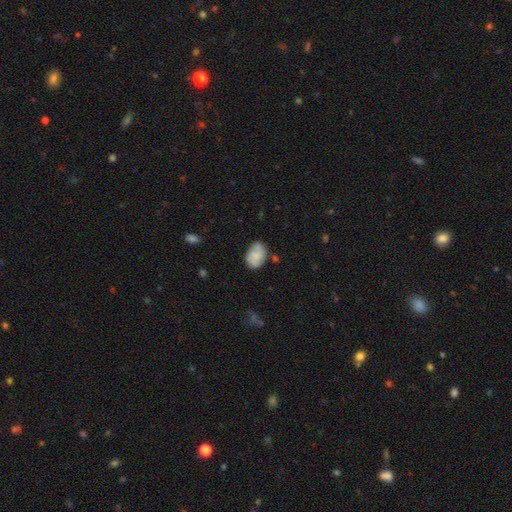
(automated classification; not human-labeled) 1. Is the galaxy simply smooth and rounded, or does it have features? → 74% smooth, 19% featured or disk, 8% star or artifact.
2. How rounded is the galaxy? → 81% in between, 18% round, 1% cigar-shaped.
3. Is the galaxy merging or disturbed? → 64% none, 27% minor disturbance, 6% major disturbance, 3% merger.